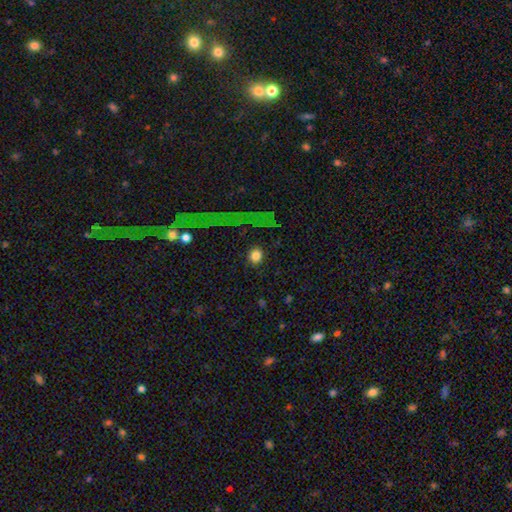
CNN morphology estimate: A smooth galaxy with no disk features (81%) that is round (90%).

Vote fractions:
- Smooth or featured? smooth: 81% / star or artifact: 11% / featured or disk: 8%
- How rounded? round: 90% / in between: 9% / cigar-shaped: 1%
- Merging? none: 89% / minor disturbance: 6% / major disturbance: 3% / merger: 2%